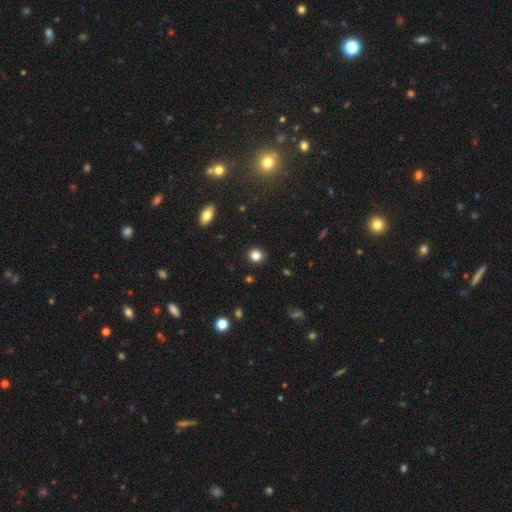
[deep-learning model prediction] Smooth or featured? Predicted: smooth (p=0.84). How rounded? Predicted: round (p=0.88). Merging? Predicted: none (p=0.91).